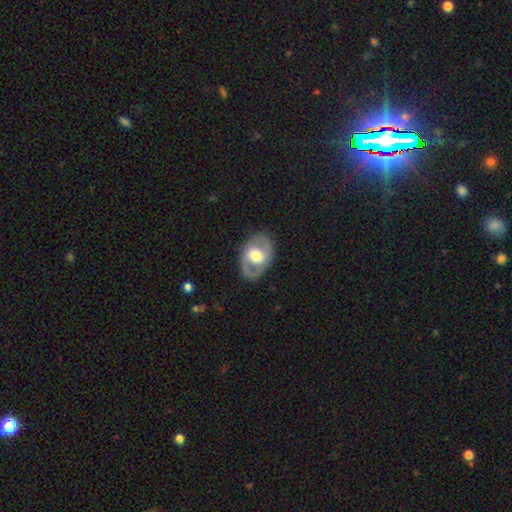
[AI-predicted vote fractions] featured or disk 61%, smooth 34%, star or artifact 5%. Down the decision tree: edge-on disk — no (93%); bar — no (58%); spiral arms — no (55%); bulge size — moderate (53%); merging — none (82%).